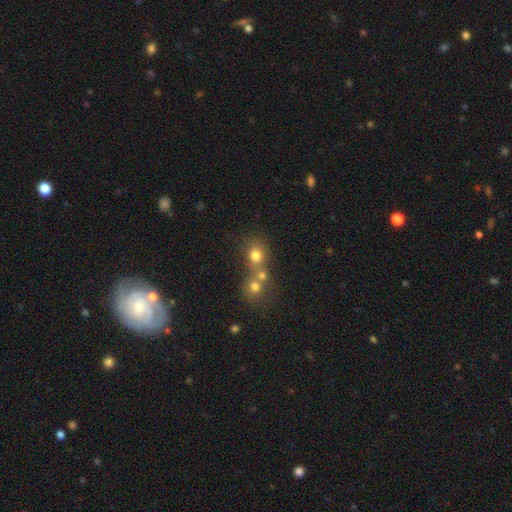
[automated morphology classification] Smooth or featured?
  - smooth: 73% *
  - star or artifact: 15%
  - featured or disk: 12%
How rounded?
  - round: 79% *
  - in between: 20%
  - cigar-shaped: 1%
Merging?
  - merger: 46% *
  - none: 43%
  - minor disturbance: 7%
  - major disturbance: 4%